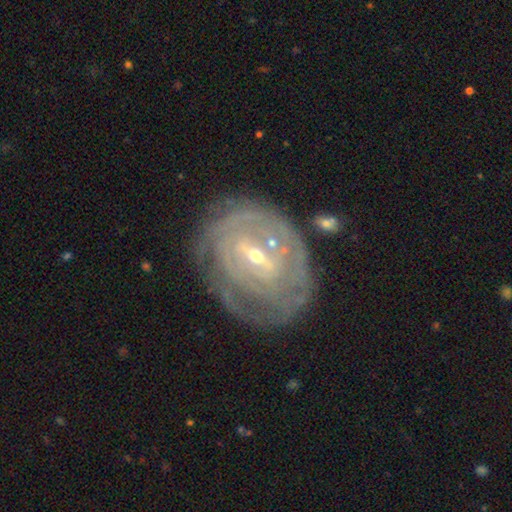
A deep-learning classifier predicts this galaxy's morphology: The model was most divided on "bar": weak: 48%, strong: 29%, no: 24%. More confident: edge-on disk — no (96%); spiral arms — yes (84%); smooth or featured — featured or disk (82%); spiral winding — tight (80%); bulge size — small (70%); merging — none (67%); spiral arm count — can't tell (52%).